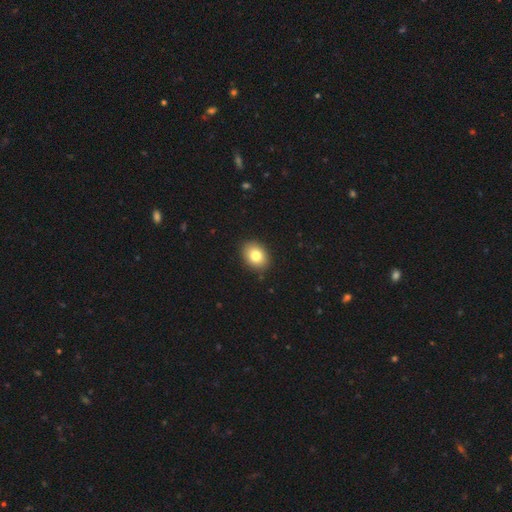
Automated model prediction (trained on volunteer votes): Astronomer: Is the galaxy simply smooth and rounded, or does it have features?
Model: smooth — 81%.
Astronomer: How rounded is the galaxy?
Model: in between — 62%.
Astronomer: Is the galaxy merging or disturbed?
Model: none — 90%.